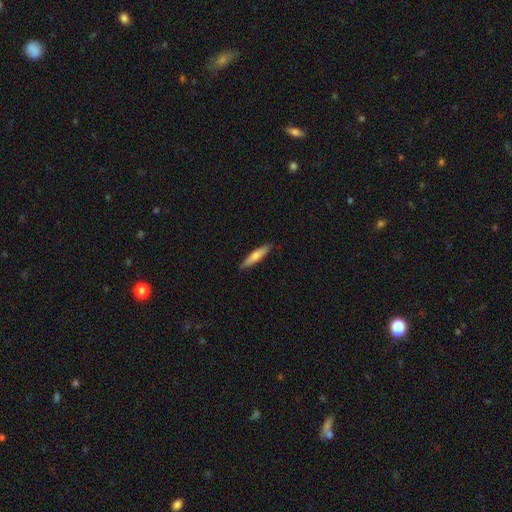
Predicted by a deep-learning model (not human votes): Smooth or featured? Predicted: smooth (p=0.67). How rounded? Predicted: cigar-shaped (p=0.85). Merging? Predicted: none (p=0.88).